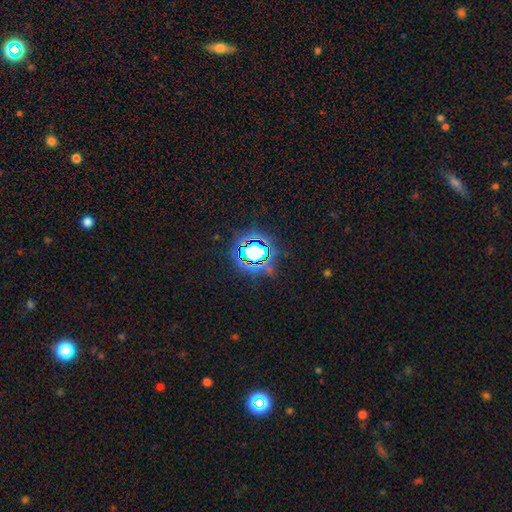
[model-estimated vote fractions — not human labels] This is likely a star or artifact rather than a galaxy (70%).